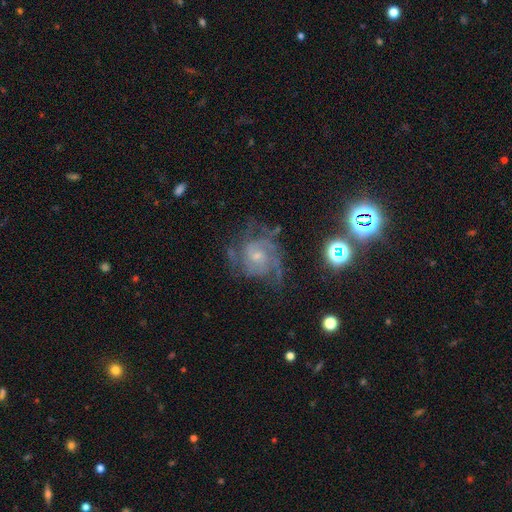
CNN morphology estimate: Smooth or featured? featured or disk (78%)
Edge-on disk? no (98%)
Bar? no (67%)
Spiral arms? yes (94%)
Spiral winding? tight (49%)
Spiral arm count? can't tell (30%)
Bulge size? small (66%)
Merging? none (63%)